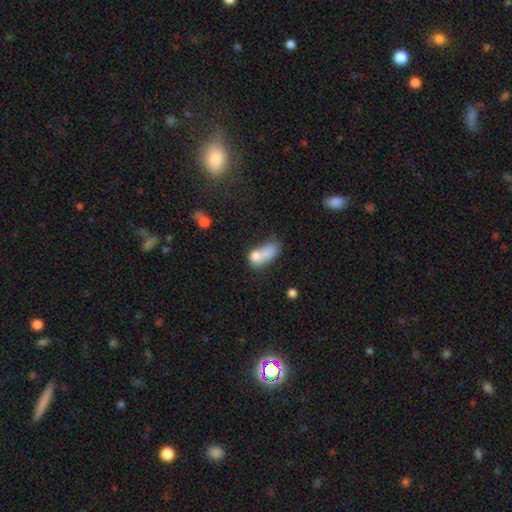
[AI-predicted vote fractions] A smooth galaxy with no disk features (68%) that is in between round and cigar-shaped (73%). Merging: merger (49%).